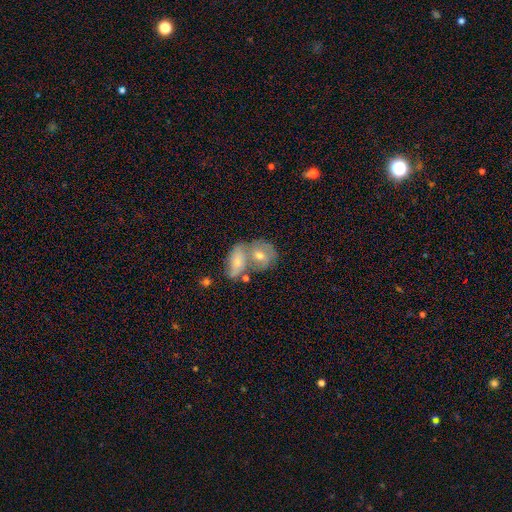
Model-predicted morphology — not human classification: This appears to be a featured or disk galaxy (51%). Merging: merger (56%).